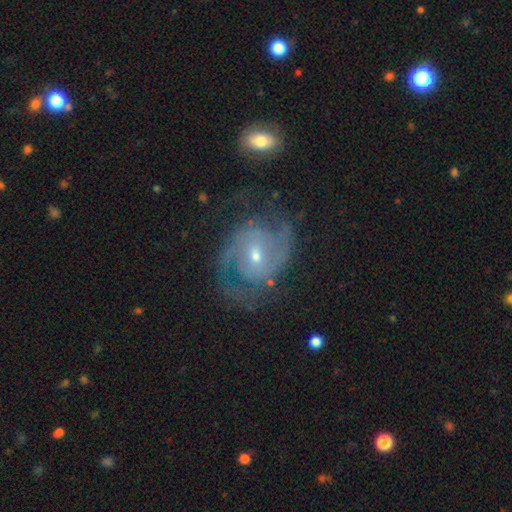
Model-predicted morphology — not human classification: featured or disk 88%, smooth 6%, star or artifact 6%. Down the decision tree: edge-on disk — no (98%); bar — no (46%); spiral arms — yes (96%); spiral arm count — 2 (72%); spiral winding — medium (48%); bulge size — small (56%); merging — none (68%).